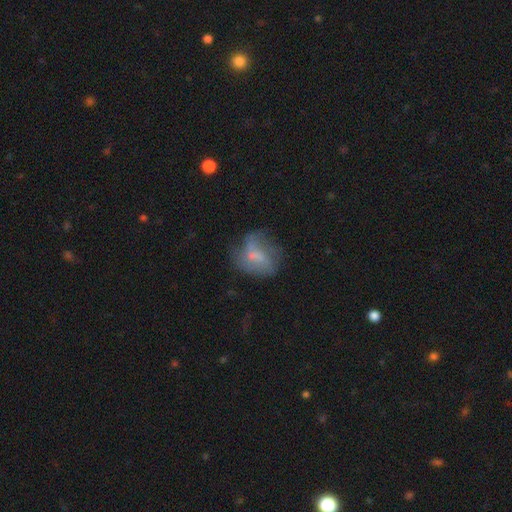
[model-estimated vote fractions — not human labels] smooth 47%, featured or disk 43%, star or artifact 10%. Down the decision tree: merging — none (45%).